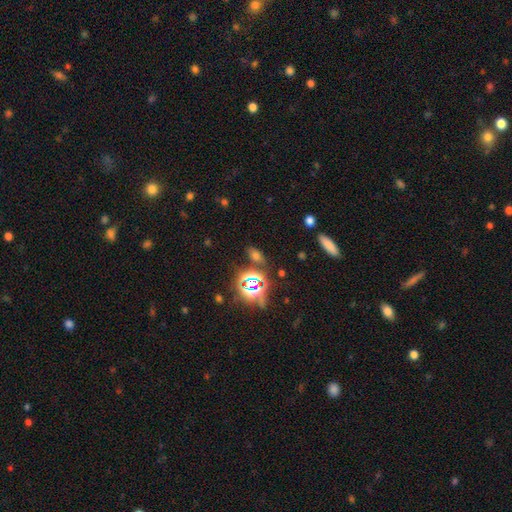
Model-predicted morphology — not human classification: Smooth or featured? smooth (49%)
Merging? none (78%)